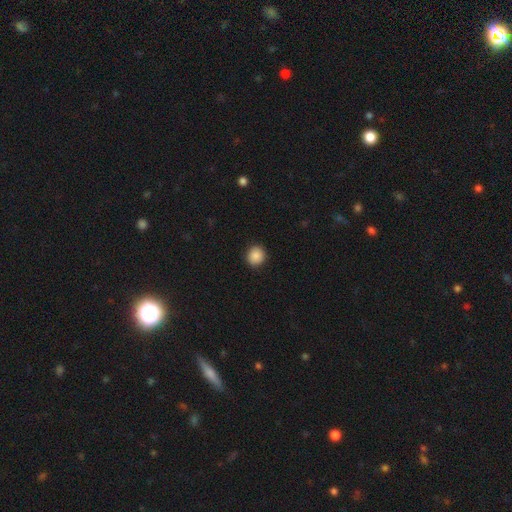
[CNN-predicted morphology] A smooth galaxy with no disk features (88%) that is round (88%).

Vote fractions:
- Smooth or featured? smooth: 88% / star or artifact: 9% / featured or disk: 3%
- How rounded? round: 88% / in between: 11% / cigar-shaped: 1%
- Merging? none: 91% / minor disturbance: 6% / major disturbance: 2% / merger: 1%